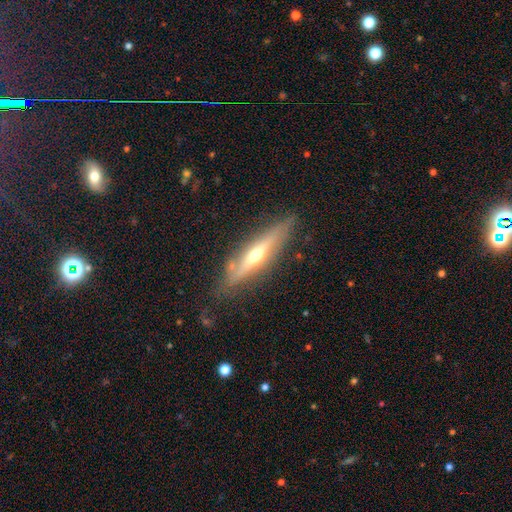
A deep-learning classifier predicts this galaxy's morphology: Smooth or featured: featured or disk — 67% (smooth — 27%)
Edge-on disk: yes — 89% (no — 11%)
Edge-on bulge: rounded — 86% (none — 10%)
Merging: none — 79% (minor disturbance — 15%)